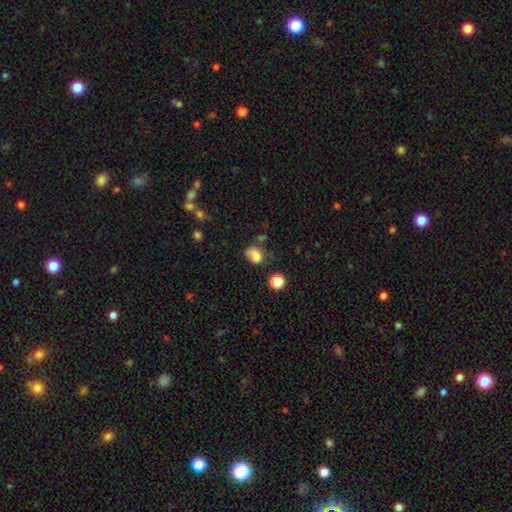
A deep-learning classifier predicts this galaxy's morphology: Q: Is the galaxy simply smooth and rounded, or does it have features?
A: smooth — 76%.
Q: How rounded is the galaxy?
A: in between — 61%.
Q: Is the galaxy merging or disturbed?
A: none — 42%.